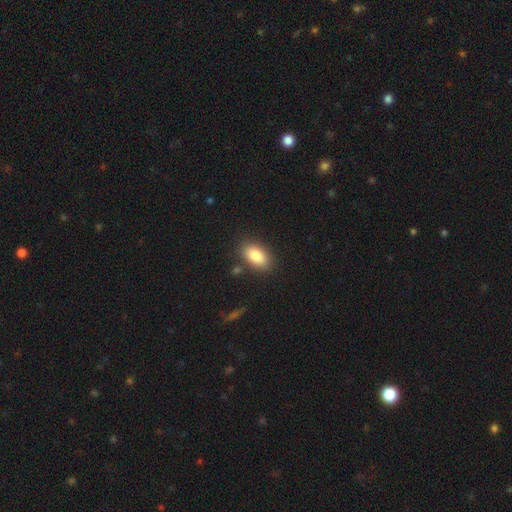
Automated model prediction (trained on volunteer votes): Smooth or featured: smooth — 84% (featured or disk — 9%)
How rounded: in between — 91% (round — 6%)
Merging: none — 84% (minor disturbance — 10%)